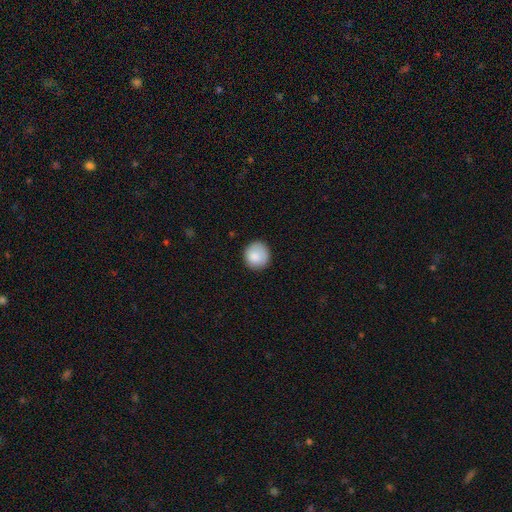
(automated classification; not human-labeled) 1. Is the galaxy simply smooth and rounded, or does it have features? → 87% smooth, 8% star or artifact, 5% featured or disk.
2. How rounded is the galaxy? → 93% round, 6% in between, 1% cigar-shaped.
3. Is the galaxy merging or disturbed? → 86% none, 10% minor disturbance, 2% major disturbance, 1% merger.